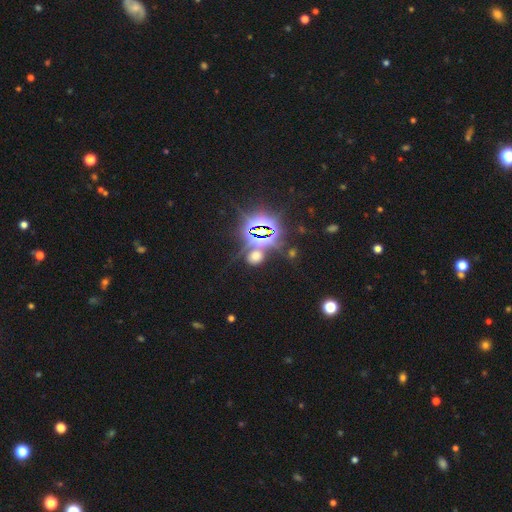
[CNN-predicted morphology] smooth_or_featured: star or artifact (p=0.57) [alt: smooth p=0.35]